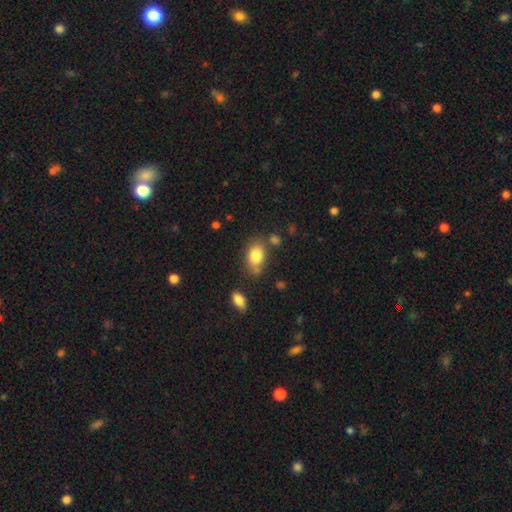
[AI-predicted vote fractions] Smooth or featured? smooth (82%)
How rounded? in between (81%)
Merging? none (64%)